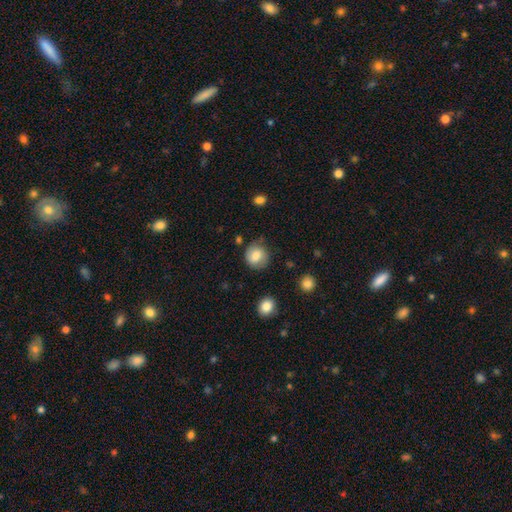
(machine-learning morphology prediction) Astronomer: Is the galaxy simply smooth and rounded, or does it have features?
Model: smooth — 74%.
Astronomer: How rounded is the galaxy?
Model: round — 84%.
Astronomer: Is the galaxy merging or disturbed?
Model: none — 75%.